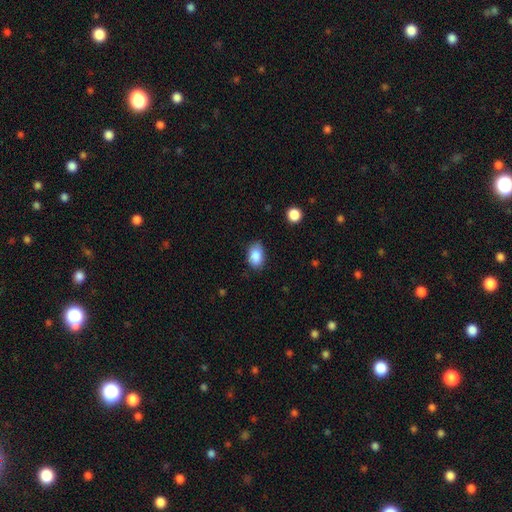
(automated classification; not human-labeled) This appears to be a smooth galaxy with no disk features (87%) that is in between round and cigar-shaped (85%). Merging: none (76%).